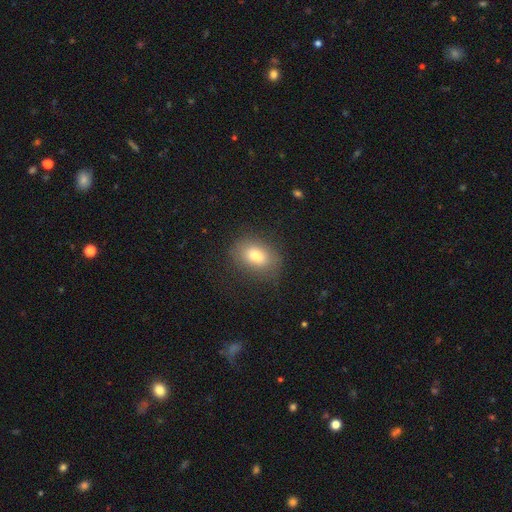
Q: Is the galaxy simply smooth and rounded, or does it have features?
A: smooth — 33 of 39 (85%).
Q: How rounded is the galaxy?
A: in between — 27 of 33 (82%).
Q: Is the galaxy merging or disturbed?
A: none — 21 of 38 (55%).